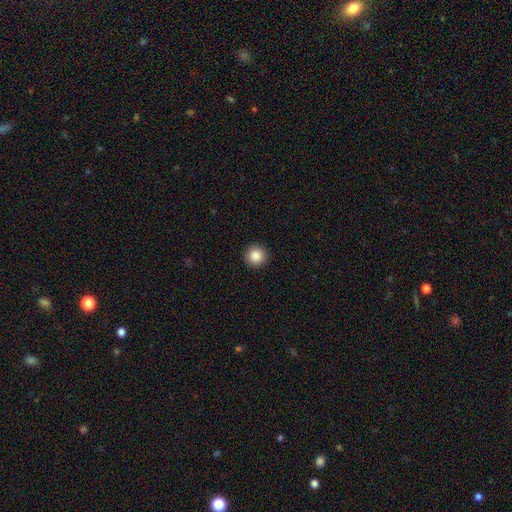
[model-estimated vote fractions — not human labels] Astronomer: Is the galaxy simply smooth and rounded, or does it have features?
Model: smooth — 87%.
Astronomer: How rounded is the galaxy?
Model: round — 96%.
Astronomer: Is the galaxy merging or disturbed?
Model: none — 93%.